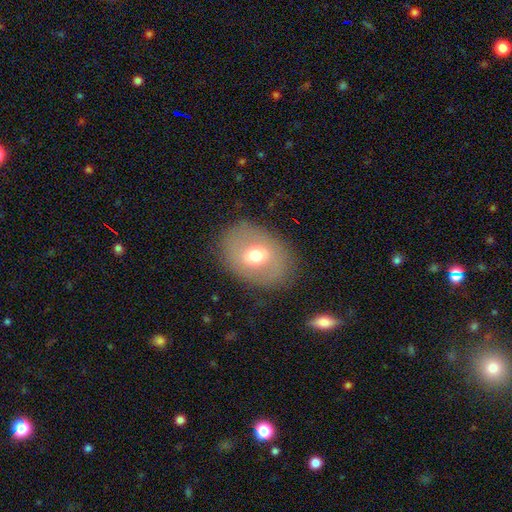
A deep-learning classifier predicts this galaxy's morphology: The model was most divided on "how rounded": in between: 64%, round: 35%, cigar-shaped: 1%. More confident: merging — none (81%); smooth or featured — smooth (60%).